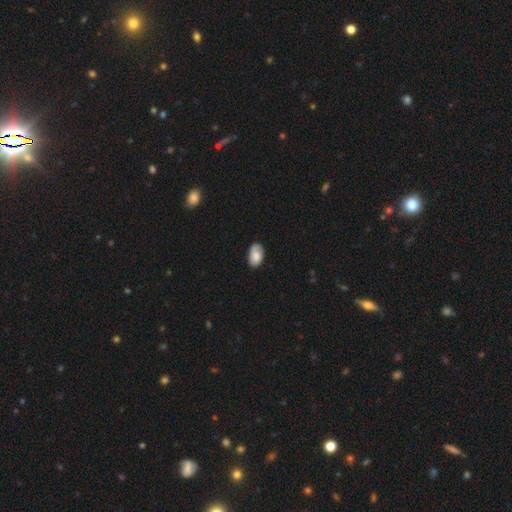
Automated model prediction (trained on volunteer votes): A smooth galaxy with no disk features (82%) that is in between round and cigar-shaped (93%). Merging: none (78%).